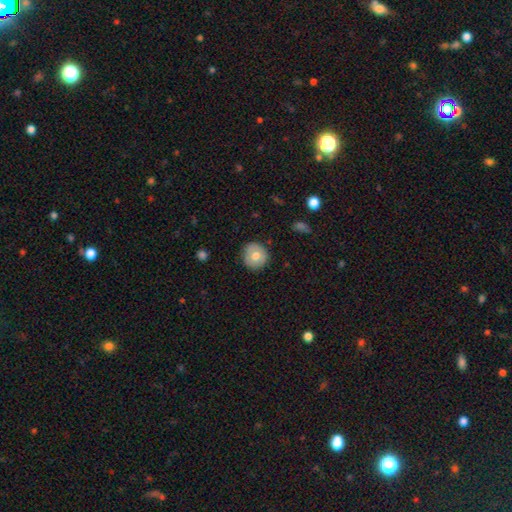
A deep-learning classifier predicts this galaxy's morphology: type=smooth (69%); roundness=round (92%); merging=none (85%).